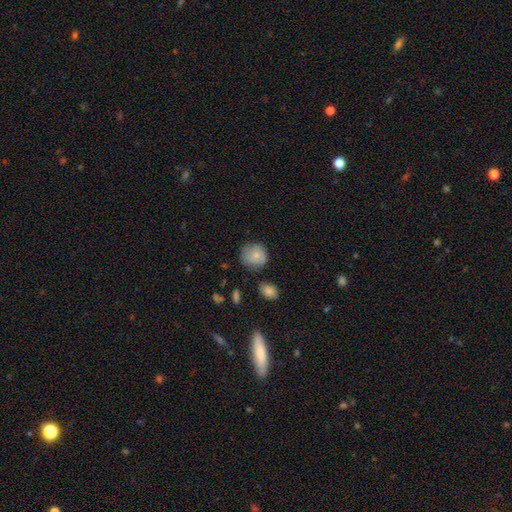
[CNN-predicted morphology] Q: Smooth or featured?
A: smooth (73%); runner-up: featured or disk (19%)
Q: How rounded?
A: round (83%); runner-up: in between (17%)
Q: Merging?
A: none (65%); runner-up: minor disturbance (25%)